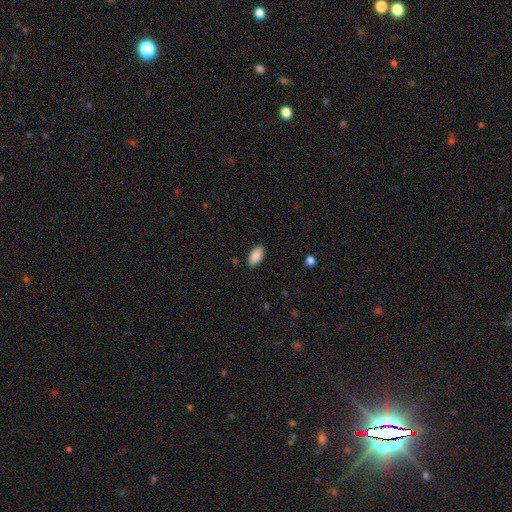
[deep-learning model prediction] Overall: smooth (90%). How rounded: in between (94%). Merging: none (88%).